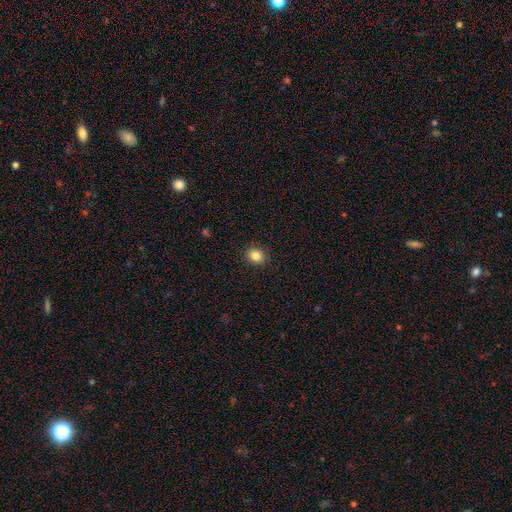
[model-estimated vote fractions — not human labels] Smooth or featured: smooth — 84% (star or artifact — 11%)
How rounded: round — 71% (in between — 28%)
Merging: none — 90% (minor disturbance — 7%)